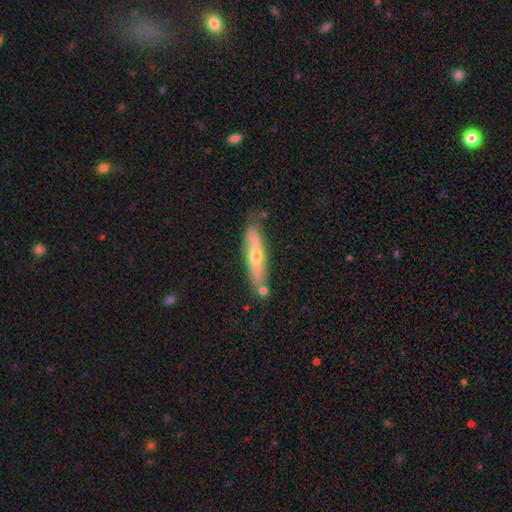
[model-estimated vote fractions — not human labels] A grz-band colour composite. It shows a featured or disk galaxy (57%) viewed edge-on (74%). Merging: none (75%).